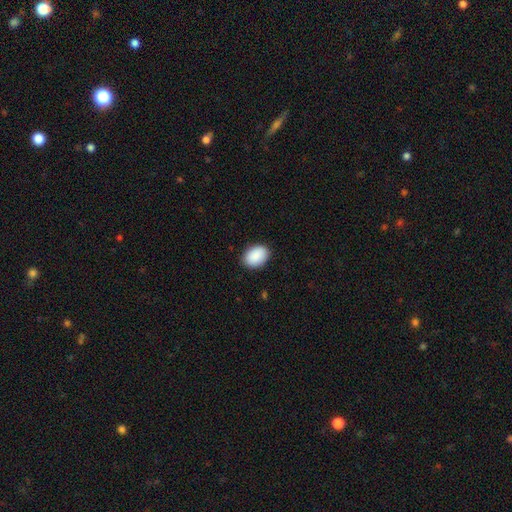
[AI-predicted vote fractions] Smooth or featured: smooth — 91% (star or artifact — 6%)
How rounded: in between — 81% (round — 18%)
Merging: none — 88% (minor disturbance — 9%)